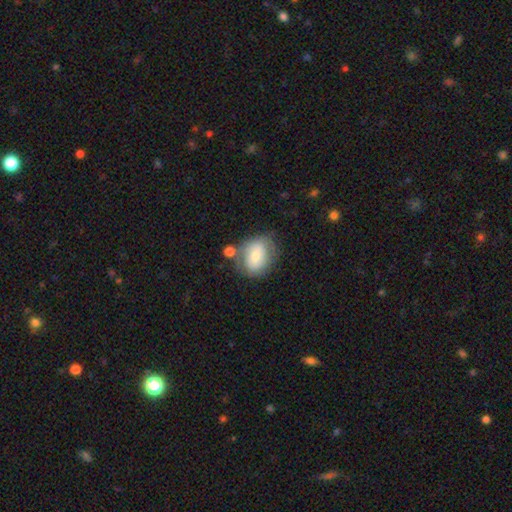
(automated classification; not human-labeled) Q: Smooth or featured?
A: smooth (59%); runner-up: featured or disk (34%)
Q: How rounded?
A: round (51%); runner-up: in between (48%)
Q: Merging?
A: none (54%); runner-up: minor disturbance (22%)